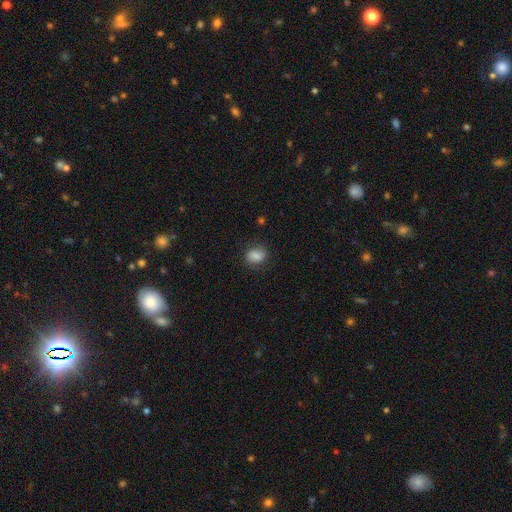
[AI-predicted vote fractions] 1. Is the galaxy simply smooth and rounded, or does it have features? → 78% smooth, 13% featured or disk, 9% star or artifact.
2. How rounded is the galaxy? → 53% in between, 45% round, 1% cigar-shaped.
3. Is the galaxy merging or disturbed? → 77% none, 17% minor disturbance, 5% major disturbance, 1% merger.